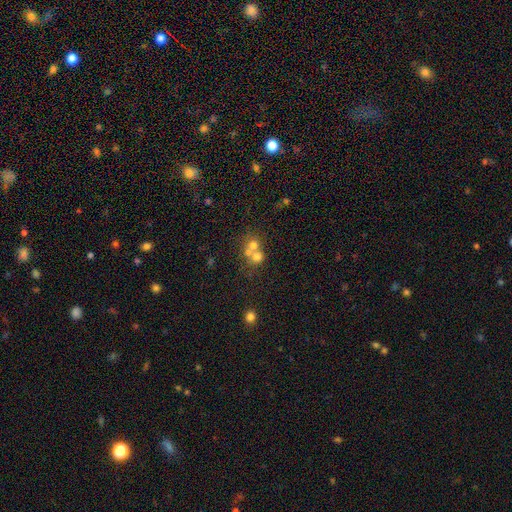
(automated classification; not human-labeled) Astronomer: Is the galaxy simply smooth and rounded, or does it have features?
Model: smooth — 63%.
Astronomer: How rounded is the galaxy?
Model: round — 81%.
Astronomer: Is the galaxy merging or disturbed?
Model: merger — 57% (runner-up: none, 34%).